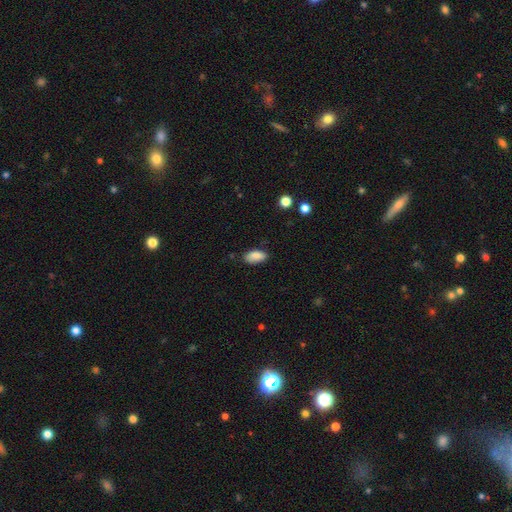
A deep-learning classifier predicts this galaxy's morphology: A smooth galaxy with no disk features (87%) that is in between round and cigar-shaped (91%). Merging: none (79%).